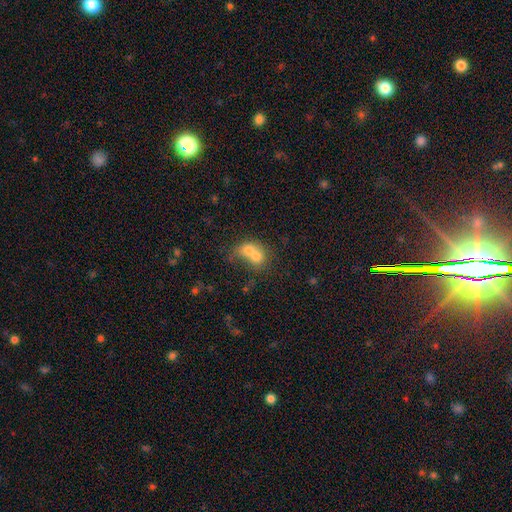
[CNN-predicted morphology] Smooth or featured? Predicted: smooth (p=0.65). How rounded? Predicted: round (p=0.54). Merging? Predicted: merger (p=0.77).